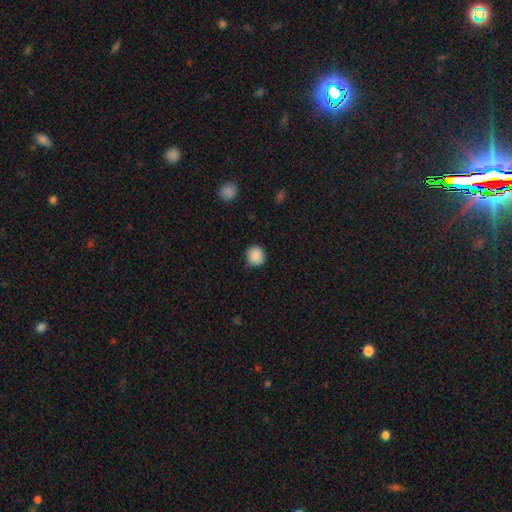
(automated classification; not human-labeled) Morphology: type=smooth (88%); roundness=round (90%); merging=none (86%).